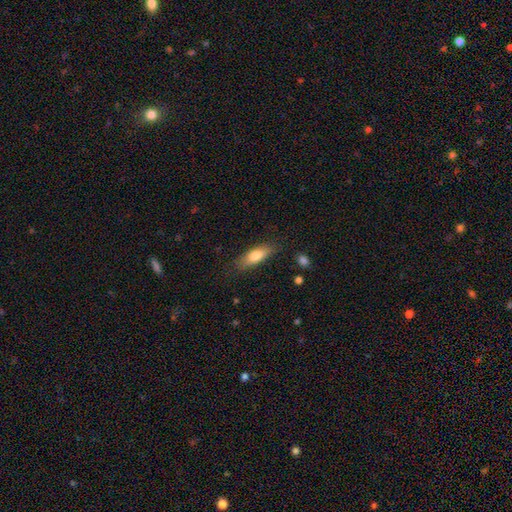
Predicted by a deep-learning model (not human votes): A smooth galaxy with no disk features (76%) that is in between round and cigar-shaped (56%). Merging: none (80%).